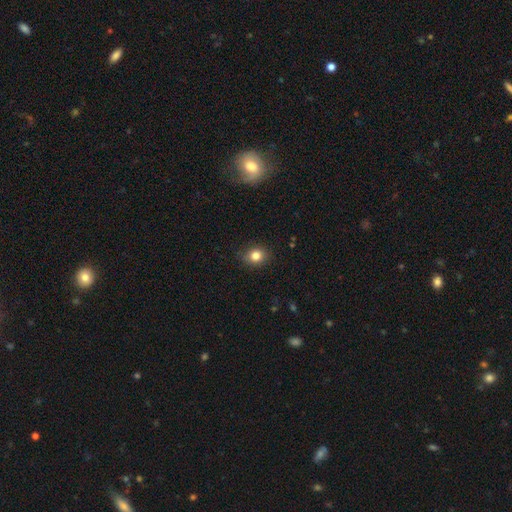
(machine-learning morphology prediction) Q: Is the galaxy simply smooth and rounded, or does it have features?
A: smooth — 83%.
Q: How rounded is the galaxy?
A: round — 65%.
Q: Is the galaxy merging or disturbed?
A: none — 85%.